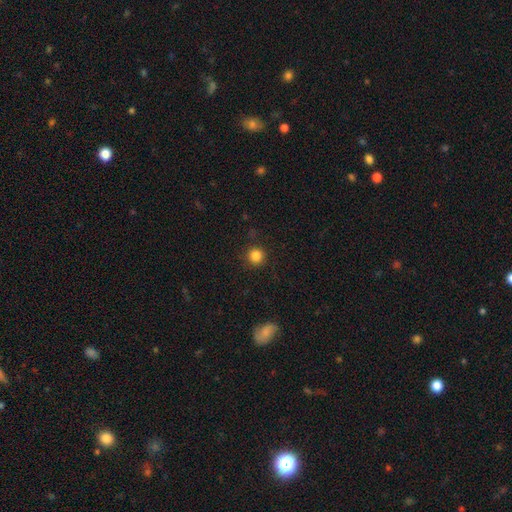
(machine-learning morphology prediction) smooth_or_featured: smooth (p=0.84) [alt: star or artifact p=0.11]
how_rounded: round (p=0.95) [alt: in between p=0.04]
merging: none (p=0.89) [alt: minor disturbance p=0.07]